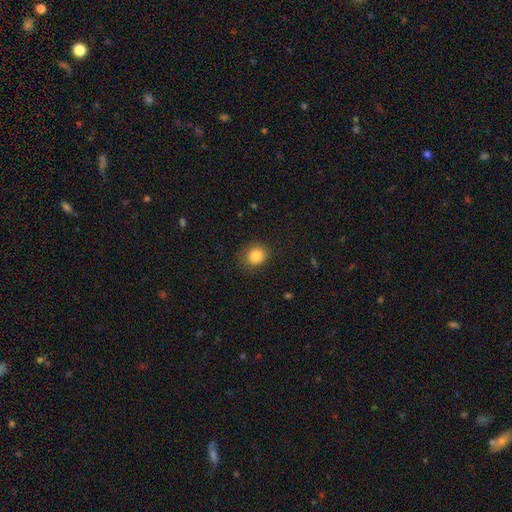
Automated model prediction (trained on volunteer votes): smooth_or_featured: smooth (p=0.85) [alt: star or artifact p=0.10]
how_rounded: round (p=0.76) [alt: in between p=0.23]
merging: none (p=0.83) [alt: minor disturbance p=0.12]